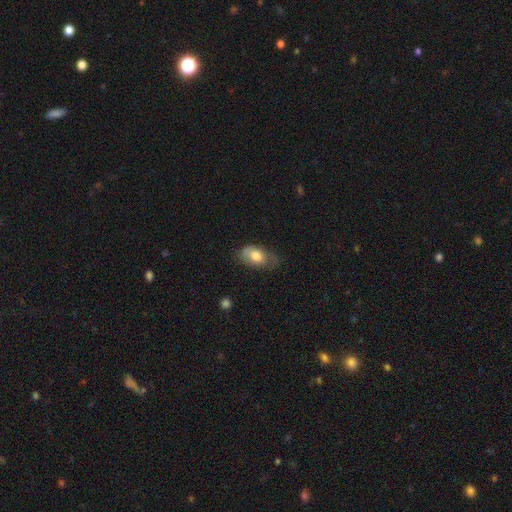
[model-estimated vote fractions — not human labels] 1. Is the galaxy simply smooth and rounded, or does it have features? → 68% smooth, 25% featured or disk, 7% star or artifact.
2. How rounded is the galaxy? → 89% in between, 9% round, 2% cigar-shaped.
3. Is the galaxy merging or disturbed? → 50% none, 34% minor disturbance, 14% major disturbance, 2% merger.